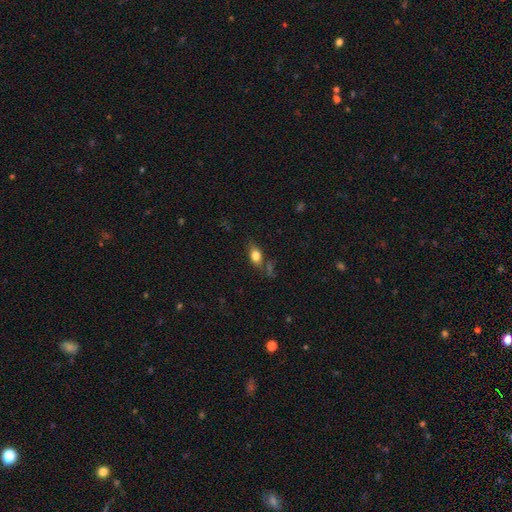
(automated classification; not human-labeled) Q: Smooth or featured?
A: smooth (74%); runner-up: featured or disk (16%)
Q: How rounded?
A: in between (77%); runner-up: round (14%)
Q: Merging?
A: none (65%); runner-up: minor disturbance (21%)